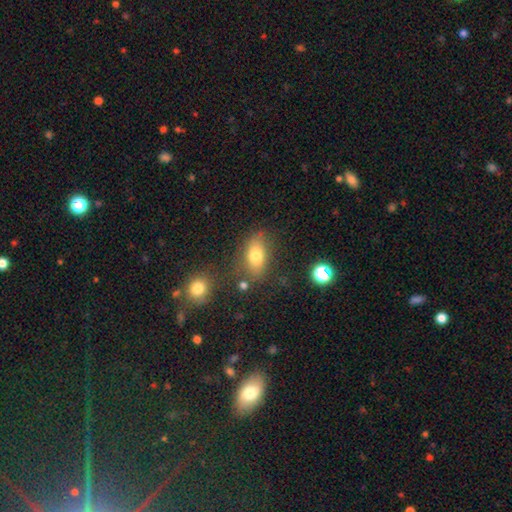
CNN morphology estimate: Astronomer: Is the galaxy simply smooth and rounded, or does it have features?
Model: smooth — 75%.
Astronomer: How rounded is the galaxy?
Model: in between — 82%.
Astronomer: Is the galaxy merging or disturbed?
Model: none — 71%.